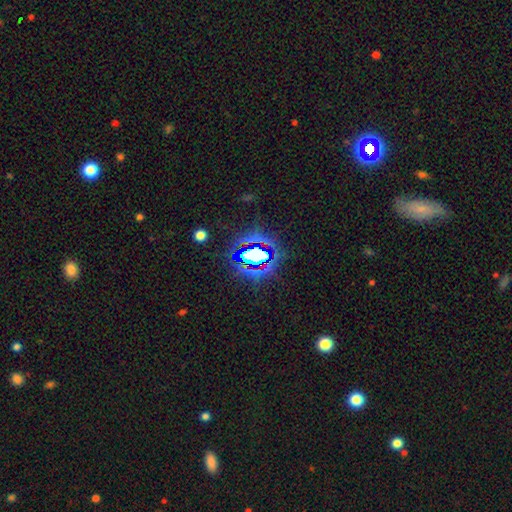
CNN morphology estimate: The model was most divided on "smooth or featured": star or artifact: 72%, smooth: 15%, featured or disk: 13%.